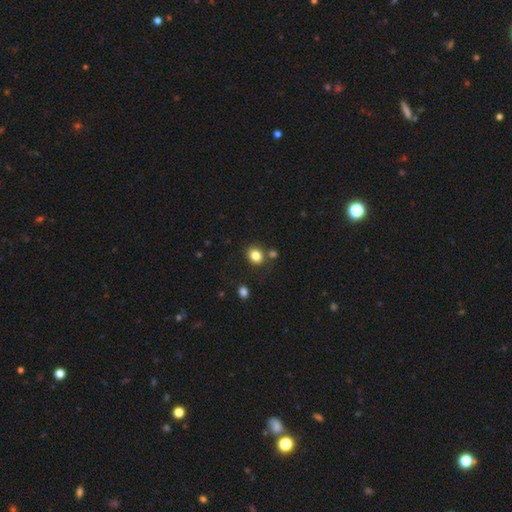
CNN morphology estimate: Smooth or featured: smooth — 82% (star or artifact — 11%)
How rounded: round — 59% (in between — 40%)
Merging: none — 74% (minor disturbance — 12%)